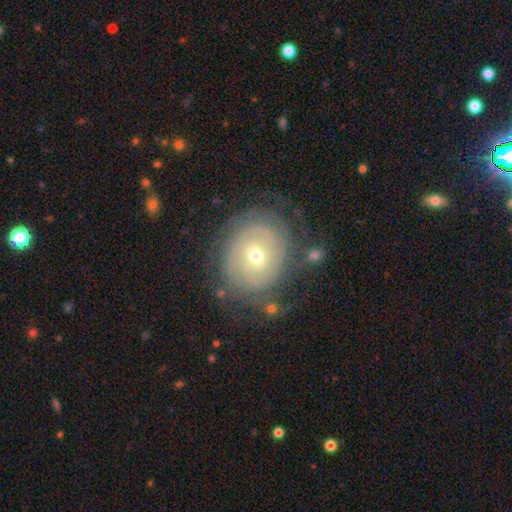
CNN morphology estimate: type=featured or disk (81%); edge-on=no (97%); bar=no (59%); spiral arms=yes (91%); winding=tight (83%); arm count=can't tell (40%); bulge=moderate (53%); merging=none (76%).